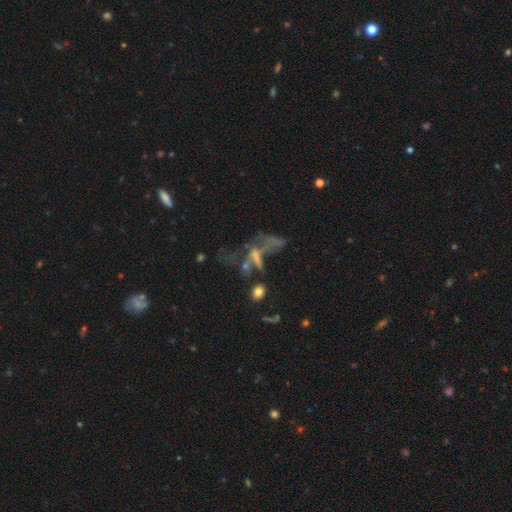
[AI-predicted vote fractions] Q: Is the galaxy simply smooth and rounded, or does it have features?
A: featured or disk — 48%.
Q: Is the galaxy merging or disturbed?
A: major disturbance — 36%.